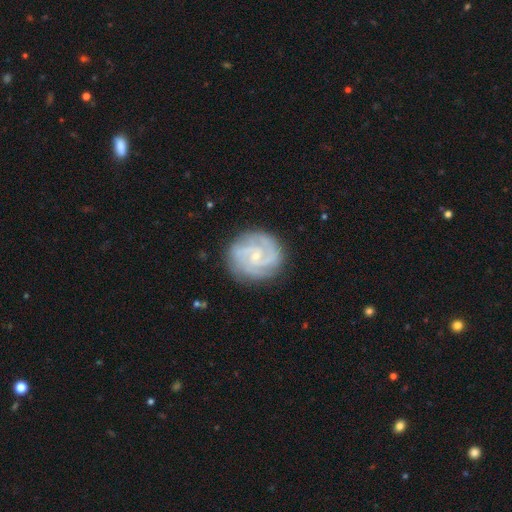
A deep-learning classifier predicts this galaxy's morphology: Smooth or featured: featured or disk — 87% (smooth — 7%)
Edge-on disk: no — 98% (yes — 2%)
Bar: no — 55% (weak — 37%)
Spiral arms: yes — 98% (no — 2%)
Spiral winding: tight — 62% (medium — 32%)
Spiral arm count: 3 — 35% (2 — 30%)
Bulge size: small — 78% (moderate — 17%)
Merging: none — 82% (minor disturbance — 13%)